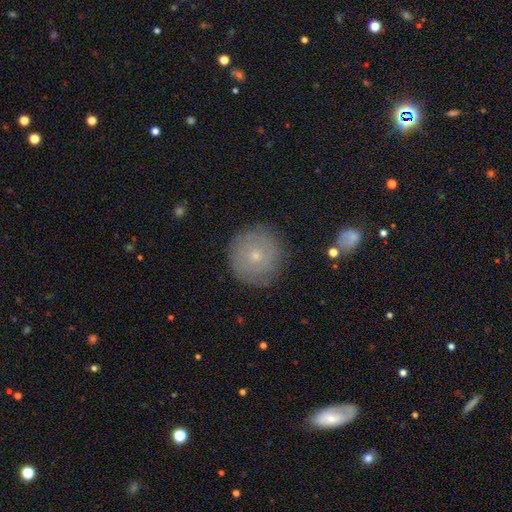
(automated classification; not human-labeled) Smooth or featured? smooth (54%)
How rounded? round (95%)
Merging? none (85%)